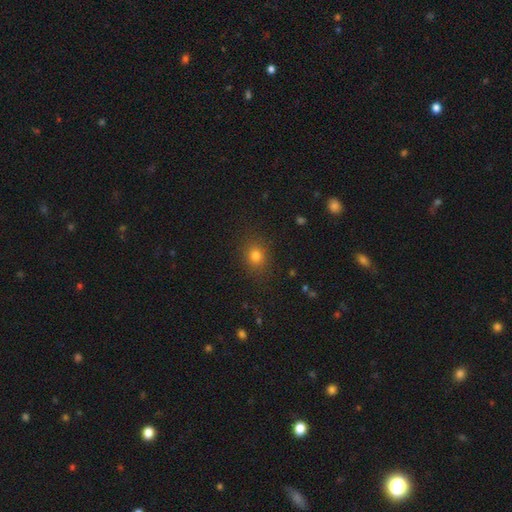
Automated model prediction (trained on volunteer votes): This appears to be a smooth galaxy with no disk features (79%) that is round (59%). Merging: none (85%).